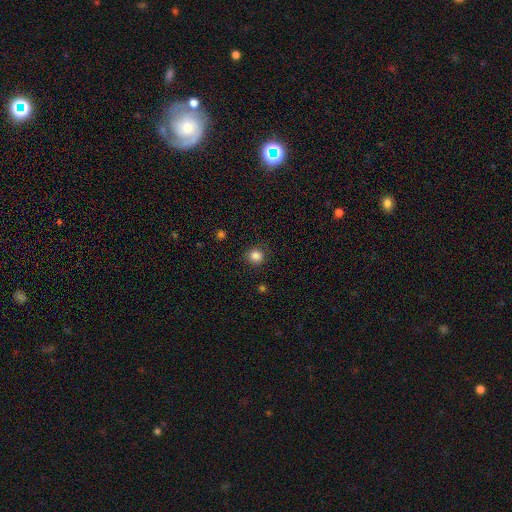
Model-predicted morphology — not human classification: Smooth or featured? Predicted: smooth (p=0.84). How rounded? Predicted: round (p=0.89). Merging? Predicted: none (p=0.87).